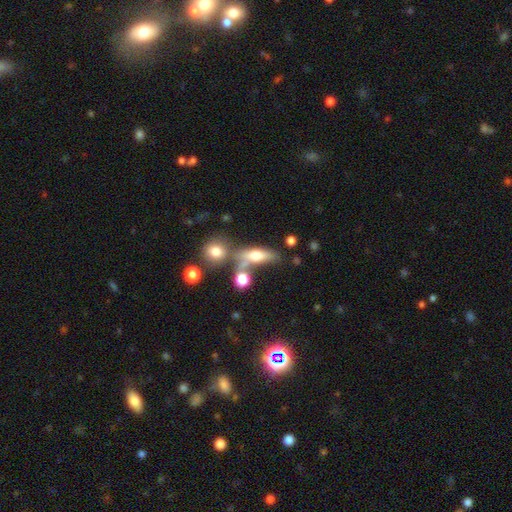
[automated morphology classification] A smooth galaxy with no disk features (57%) that is in between round and cigar-shaped (50%). Merging: none (42%).